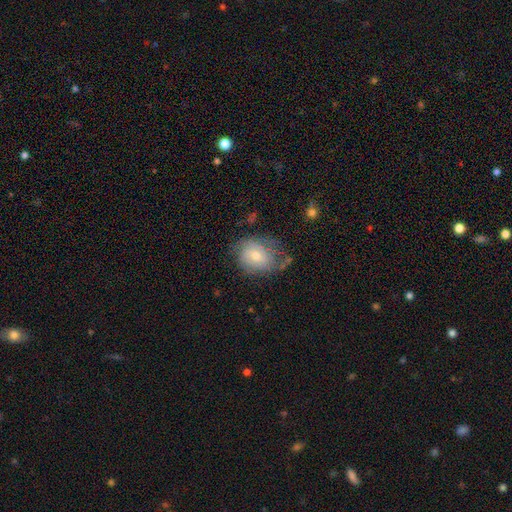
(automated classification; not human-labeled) The model was most divided on "smooth or featured": featured or disk: 52%, smooth: 40%, star or artifact: 8%. More confident: edge-on disk — no (96%); bar — no (74%); spiral arms — yes (73%); bulge size — moderate (56%); merging — none (52%).